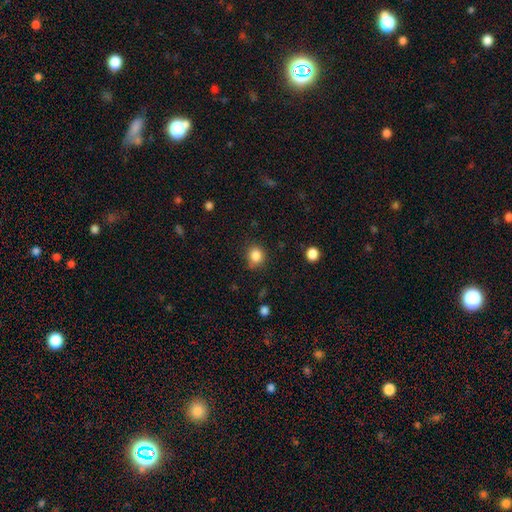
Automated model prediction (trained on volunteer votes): smooth-or-featured: smooth: 84% | star or artifact: 11% | featured or disk: 4%
  how-rounded: round: 81% | in between: 18% | cigar-shaped: 1%
  merging: none: 78% | minor disturbance: 16% | major disturbance: 4% | merger: 2%